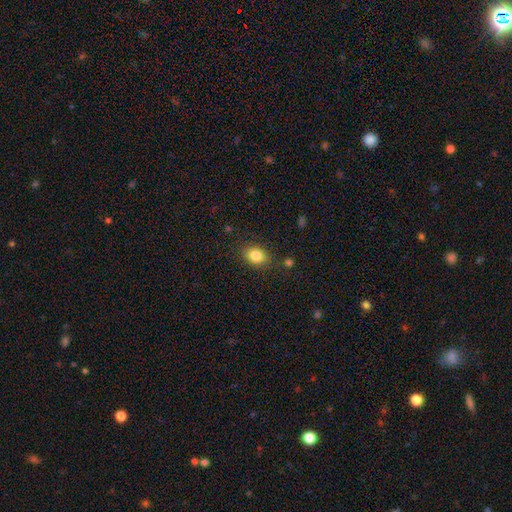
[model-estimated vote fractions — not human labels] The model was most divided on "how rounded": in between: 62%, round: 37%, cigar-shaped: 1%. More confident: smooth or featured — smooth (84%); merging — none (83%).